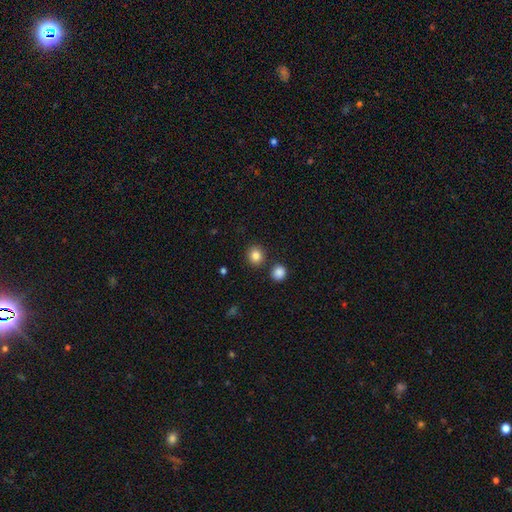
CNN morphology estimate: smooth_or_featured: smooth (p=0.84) [alt: star or artifact p=0.11]
how_rounded: round (p=0.85) [alt: in between p=0.14]
merging: none (p=0.84) [alt: minor disturbance p=0.07]